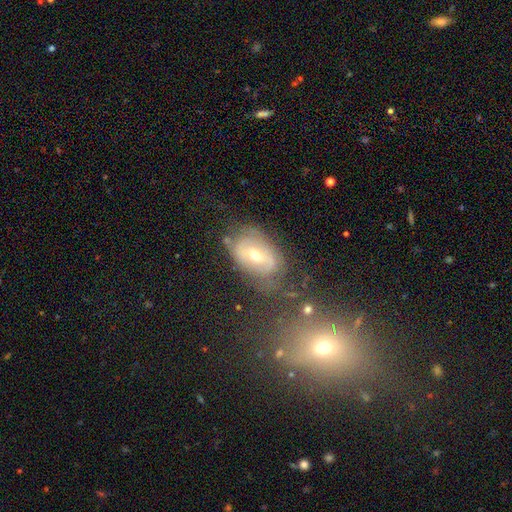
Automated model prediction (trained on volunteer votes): This is likely a featured or disk galaxy (68%). It is clearly not viewed edge-on (94%). Bar: marginally weak (40%). Spiral arm pattern: likely yes (66%). Central bulge: likely moderate (61%). Merging: possibly none (59%).